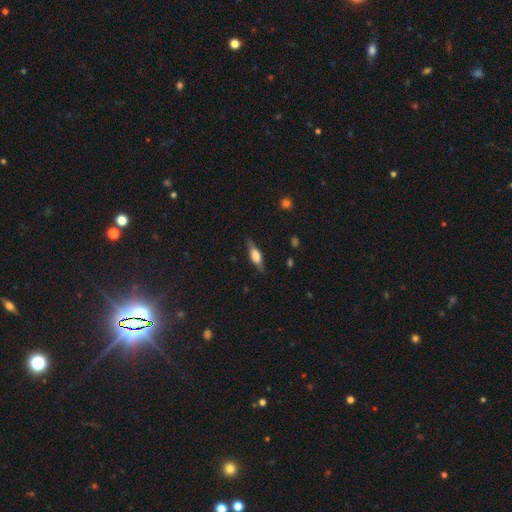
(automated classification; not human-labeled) Morphology: type=smooth (49%); merging=none (81%).